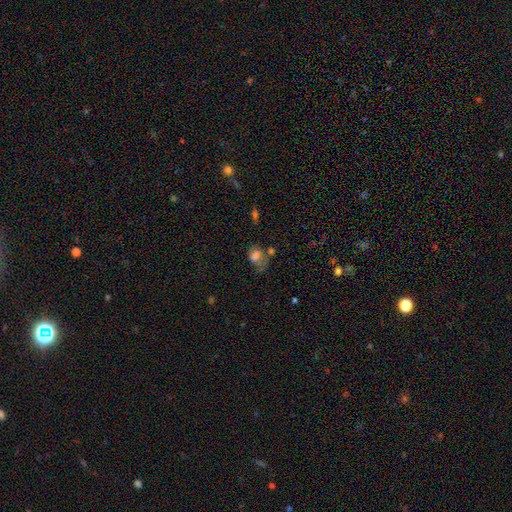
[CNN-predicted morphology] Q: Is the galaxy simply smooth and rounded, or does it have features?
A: smooth — 64%.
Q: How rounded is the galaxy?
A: in between — 70%.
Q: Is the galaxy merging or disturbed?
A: major disturbance — 32%.